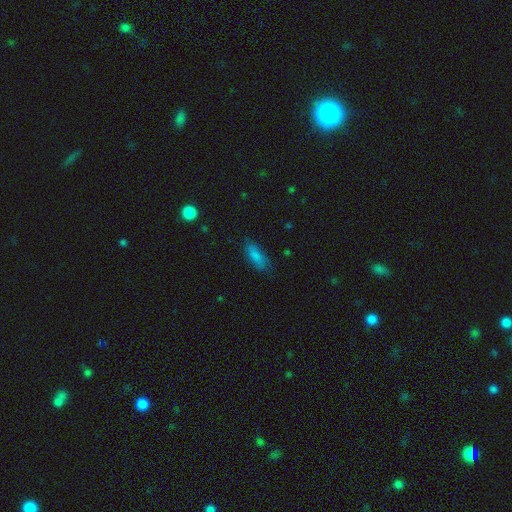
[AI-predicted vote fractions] The model was most divided on "how rounded": in between: 66%, cigar-shaped: 32%, round: 2%. More confident: smooth or featured — smooth (82%); merging — none (73%).